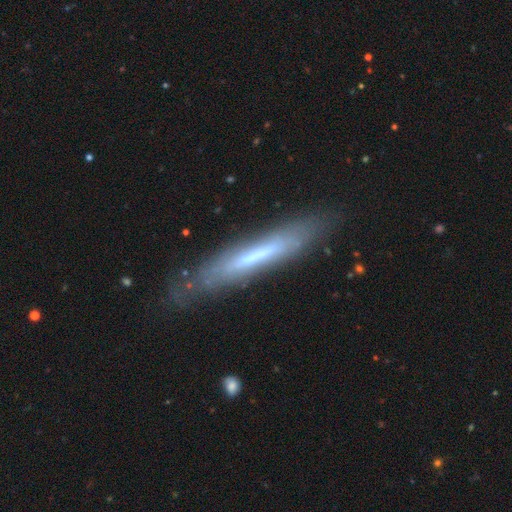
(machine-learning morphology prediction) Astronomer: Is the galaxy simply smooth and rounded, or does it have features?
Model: featured or disk — 54% (runner-up: smooth, 38%).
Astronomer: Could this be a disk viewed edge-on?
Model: yes — 78%.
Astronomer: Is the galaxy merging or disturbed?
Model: none — 75%.